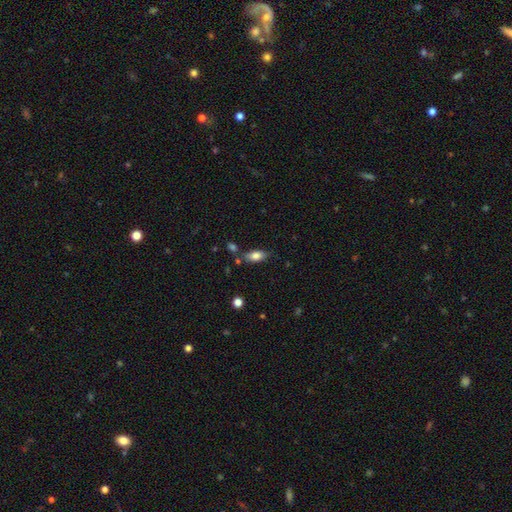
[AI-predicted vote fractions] Smooth or featured? Predicted: smooth (p=0.80). How rounded? Predicted: in between (p=0.87). Merging? Predicted: none (p=0.69).